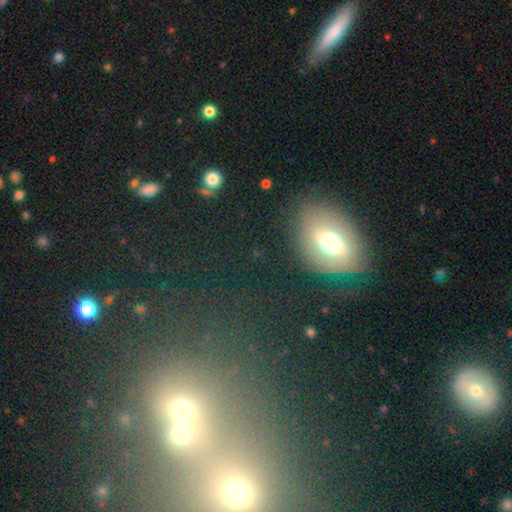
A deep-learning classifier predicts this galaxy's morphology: Smooth or featured: smooth — 50% (star or artifact — 27%)
Merging: none — 79% (minor disturbance — 11%)